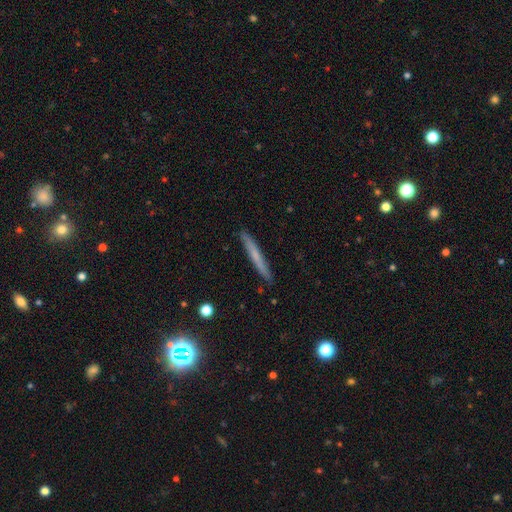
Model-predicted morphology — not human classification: This appears to be a smooth galaxy with no disk features (53%) that is cigar-shaped (96%). Merging: none (91%).